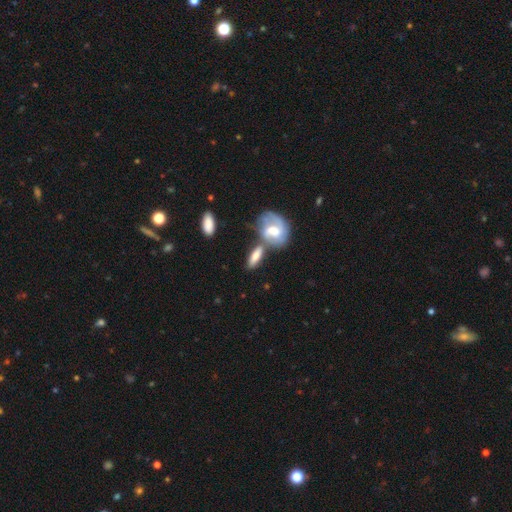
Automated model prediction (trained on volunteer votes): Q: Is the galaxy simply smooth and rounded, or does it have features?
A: smooth — 57%.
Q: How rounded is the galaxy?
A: in between — 62%.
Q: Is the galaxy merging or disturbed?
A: none — 46%.